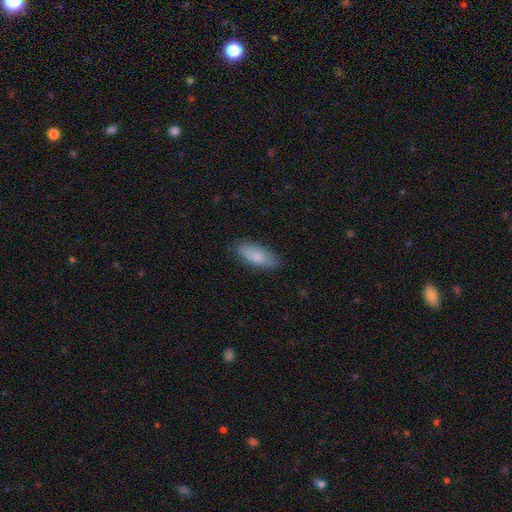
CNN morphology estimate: Overall: smooth (83%). How rounded: in between (78%). Merging: none (81%).